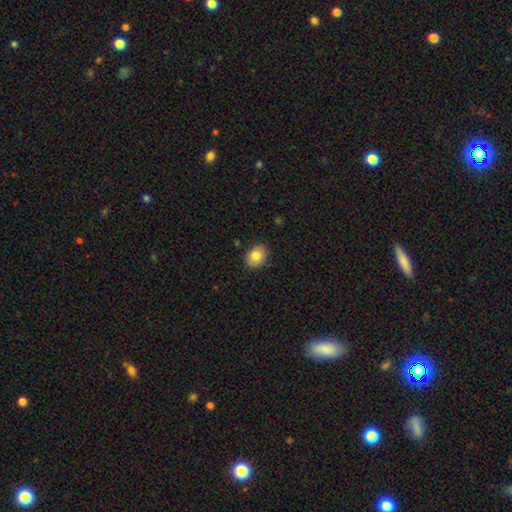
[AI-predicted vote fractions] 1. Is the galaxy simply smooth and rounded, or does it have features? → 83% smooth, 9% featured or disk, 8% star or artifact.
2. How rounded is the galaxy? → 58% in between, 41% round, 1% cigar-shaped.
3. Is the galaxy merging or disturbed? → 86% none, 11% minor disturbance, 2% major disturbance, 1% merger.